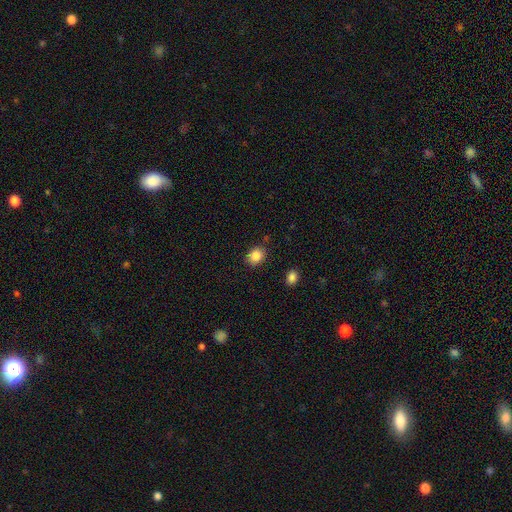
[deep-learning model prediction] smooth-or-featured: smooth: 86% | star or artifact: 9% | featured or disk: 5%
  how-rounded: round: 54% | in between: 45% | cigar-shaped: 1%
  merging: none: 82% | minor disturbance: 12% | major disturbance: 3% | merger: 3%